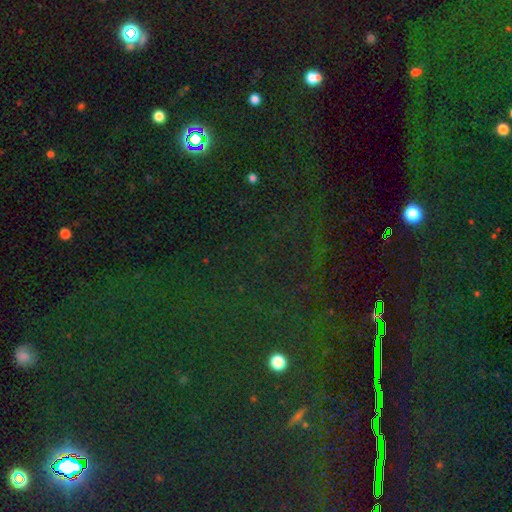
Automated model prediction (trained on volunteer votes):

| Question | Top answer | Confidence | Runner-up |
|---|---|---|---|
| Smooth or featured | star or artifact | 80% | smooth (11%) |